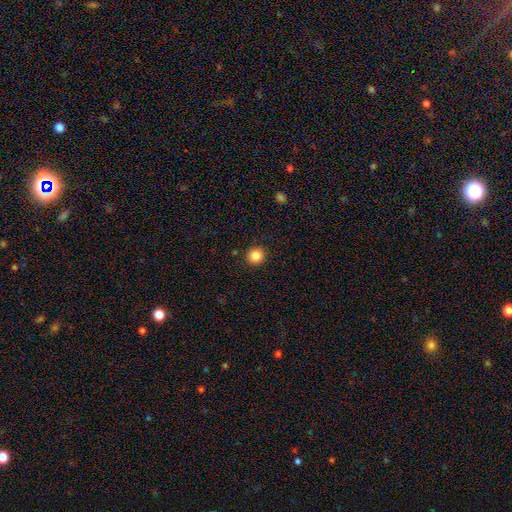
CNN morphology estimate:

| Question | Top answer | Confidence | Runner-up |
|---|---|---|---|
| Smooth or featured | smooth | 85% | star or artifact (11%) |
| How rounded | round | 92% | in between (7%) |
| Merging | none | 92% | minor disturbance (5%) |